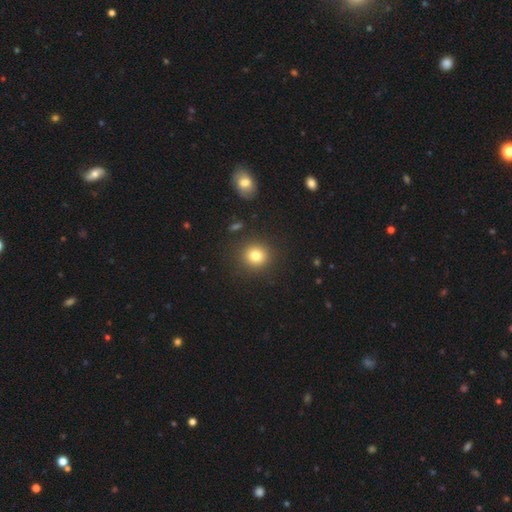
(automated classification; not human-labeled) A smooth galaxy with no disk features (80%) that is round (90%). Merging: none (89%).